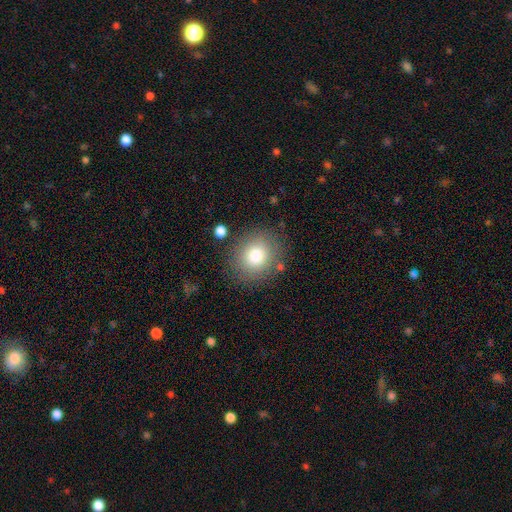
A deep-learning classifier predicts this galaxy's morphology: This appears to be a smooth galaxy with no disk features (80%) that is round (79%). Merging: none (83%).